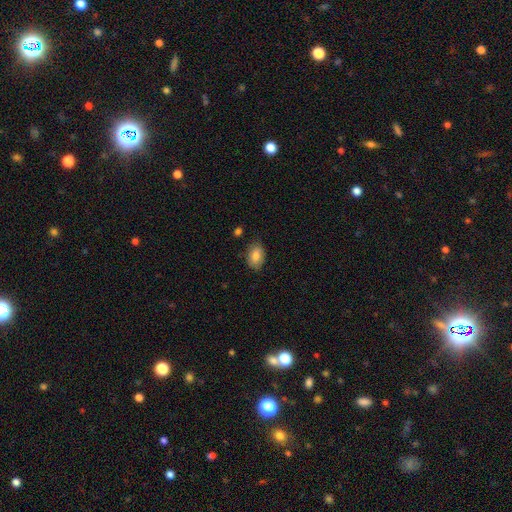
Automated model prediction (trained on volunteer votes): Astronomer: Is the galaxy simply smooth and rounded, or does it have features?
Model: smooth — 81%.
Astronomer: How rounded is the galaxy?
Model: in between — 86%.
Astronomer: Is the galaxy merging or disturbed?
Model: none — 77%.